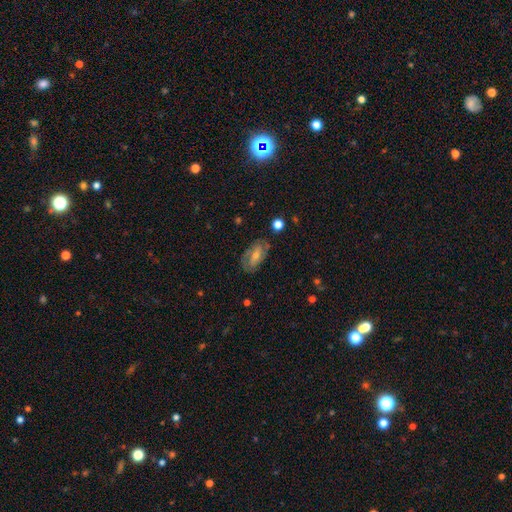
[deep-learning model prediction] Smooth or featured? Predicted: featured or disk (p=0.64). Edge-on disk? Predicted: no (p=0.92). Bar? Predicted: weak (p=0.44). Spiral arms? Predicted: yes (p=0.82). Bulge size? Predicted: small (p=0.47). Merging? Predicted: none (p=0.79).